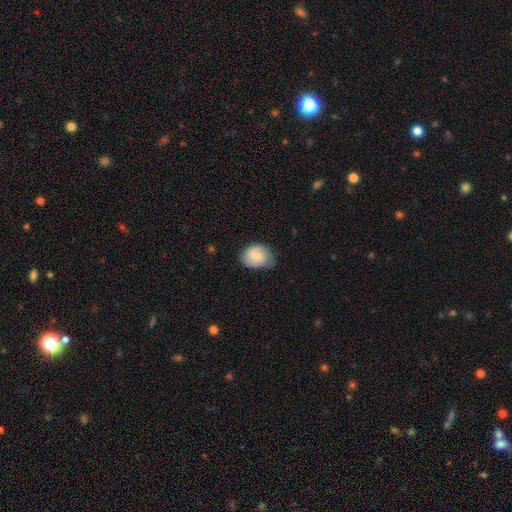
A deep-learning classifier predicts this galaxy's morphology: smooth-or-featured: smooth: 72% | featured or disk: 21% | star or artifact: 7%
  how-rounded: in between: 59% | round: 40% | cigar-shaped: 1%
  merging: none: 62% | minor disturbance: 30% | major disturbance: 7% | merger: 1%